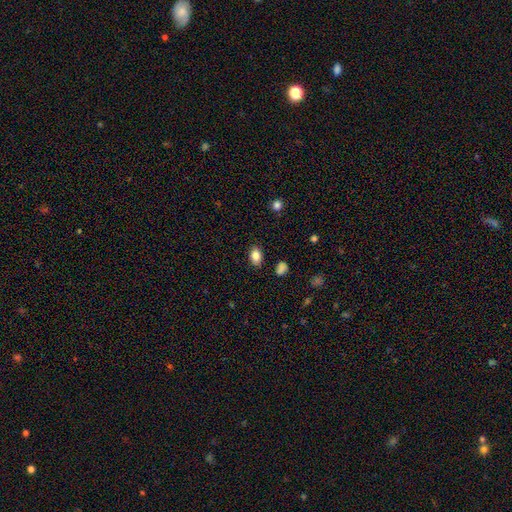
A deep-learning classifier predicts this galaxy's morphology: smooth_or_featured: smooth (p=0.84) [alt: star or artifact p=0.09]
how_rounded: in between (p=0.82) [alt: round p=0.17]
merging: none (p=0.87) [alt: minor disturbance p=0.09]